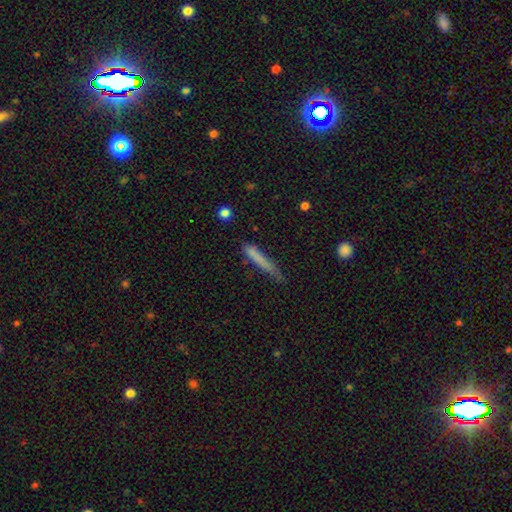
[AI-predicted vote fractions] Morphology: type=smooth (72%); roundness=cigar-shaped (95%); merging=none (63%).